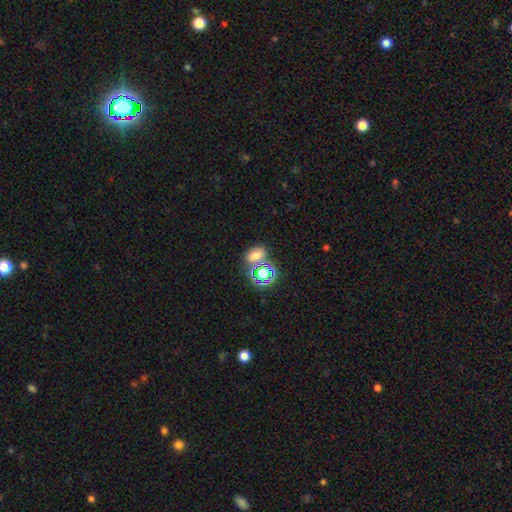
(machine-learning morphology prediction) The model was most divided on "smooth or featured": smooth: 64%, star or artifact: 28%, featured or disk: 8%. More confident: how rounded — in between (74%); merging — none (65%).